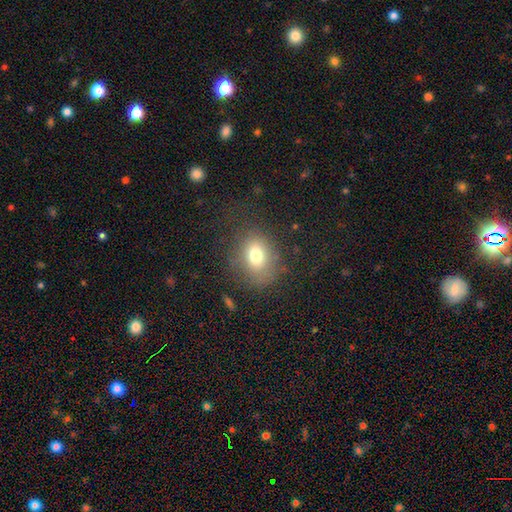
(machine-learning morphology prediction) smooth_or_featured: smooth (p=0.74) [alt: featured or disk p=0.13]
how_rounded: in between (p=0.58) [alt: round p=0.41]
merging: none (p=0.71) [alt: minor disturbance p=0.16]